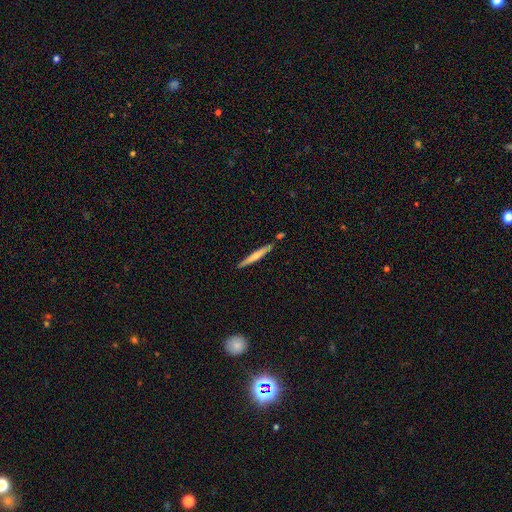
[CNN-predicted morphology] Smooth or featured? smooth (52%)
How rounded? cigar-shaped (95%)
Merging? none (84%)